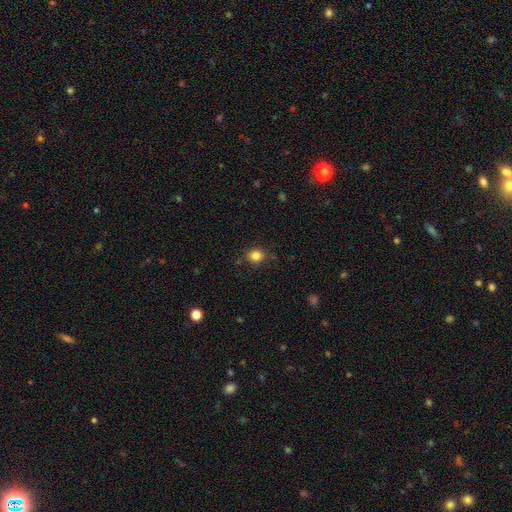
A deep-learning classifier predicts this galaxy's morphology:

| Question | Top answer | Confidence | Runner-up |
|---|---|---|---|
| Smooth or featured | smooth | 84% | star or artifact (11%) |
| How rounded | round | 75% | in between (24%) |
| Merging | none | 82% | minor disturbance (13%) |